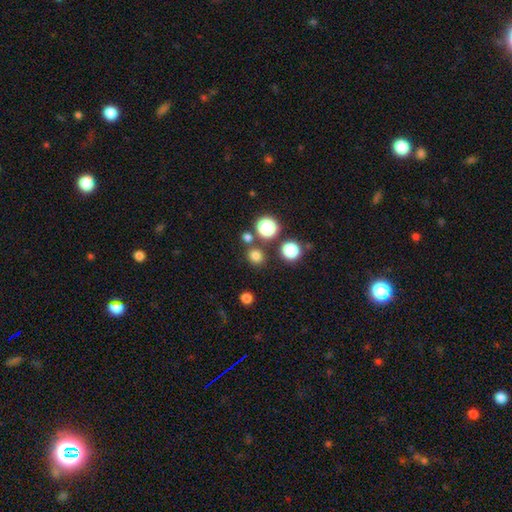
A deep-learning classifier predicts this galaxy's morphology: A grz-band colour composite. It shows a smooth galaxy with no disk features (76%) that is round (86%). Merging: none (81%).